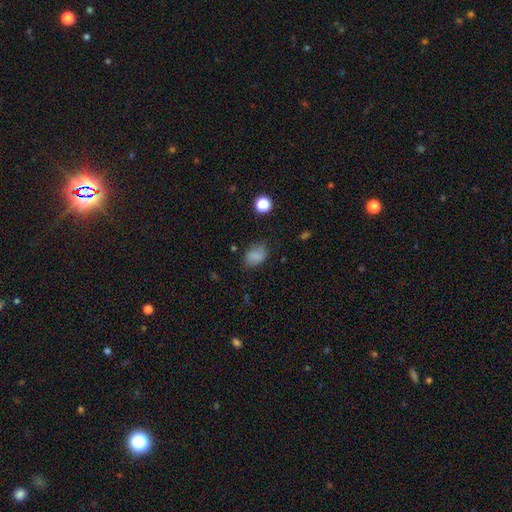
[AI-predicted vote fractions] Smooth or featured? Predicted: smooth (p=0.81). How rounded? Predicted: in between (p=0.70). Merging? Predicted: none (p=0.70).